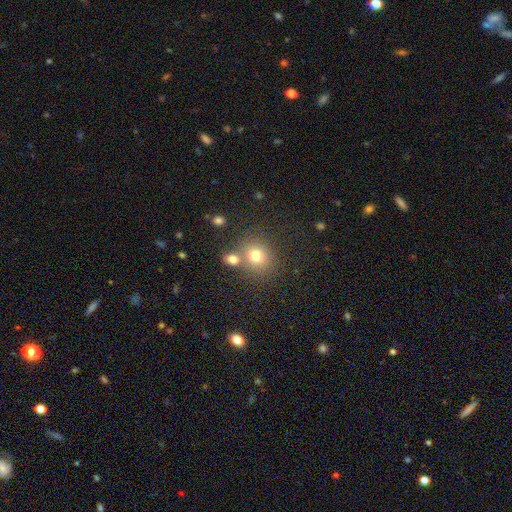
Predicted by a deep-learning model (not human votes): Morphology: type=smooth (75%); roundness=round (79%); merging=none (62%).